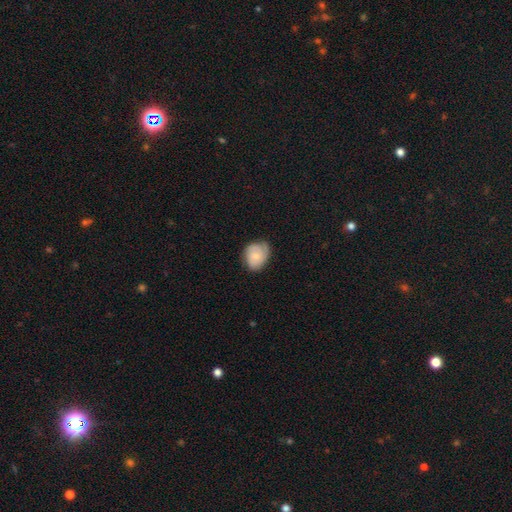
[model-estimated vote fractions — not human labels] Morphology: type=smooth (60%); roundness=in between (52%); merging=none (62%).